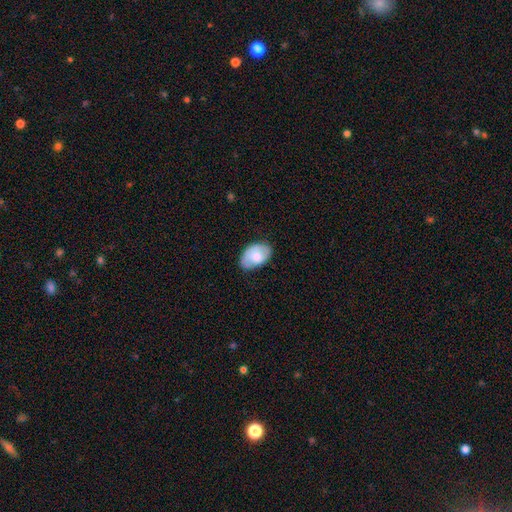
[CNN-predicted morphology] Smooth or featured?
  - smooth: 70% *
  - featured or disk: 24%
  - star or artifact: 6%
How rounded?
  - in between: 90% *
  - round: 9%
  - cigar-shaped: 1%
Merging?
  - none: 68% *
  - minor disturbance: 26%
  - major disturbance: 5%
  - merger: 1%